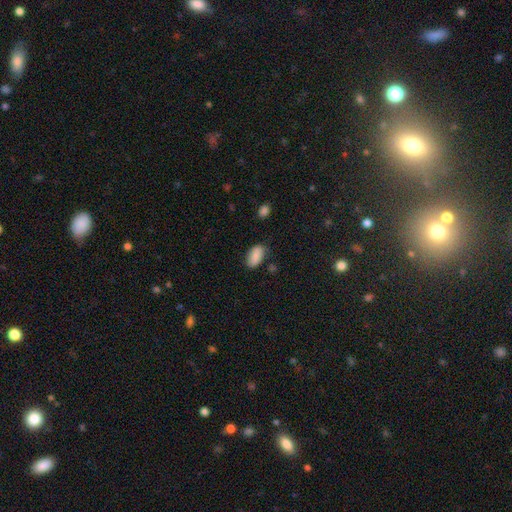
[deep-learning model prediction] Morphology: type=smooth (86%); roundness=in between (94%); merging=none (77%).